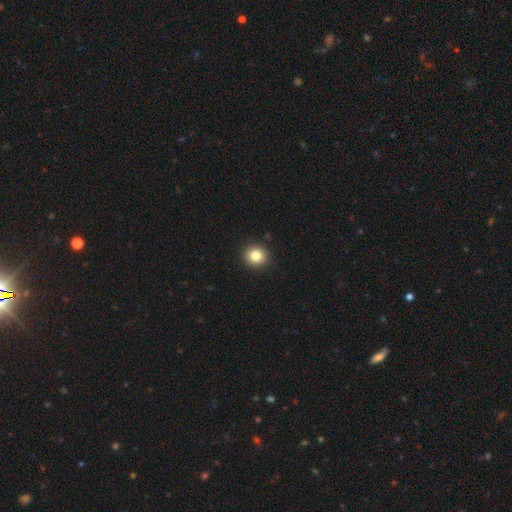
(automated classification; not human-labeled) A smooth galaxy with no disk features (83%) that is round (83%).

Vote fractions:
- Smooth or featured? smooth: 83% / star or artifact: 10% / featured or disk: 6%
- How rounded? round: 83% / in between: 16% / cigar-shaped: 1%
- Merging? none: 91% / minor disturbance: 6% / major disturbance: 2% / merger: 1%